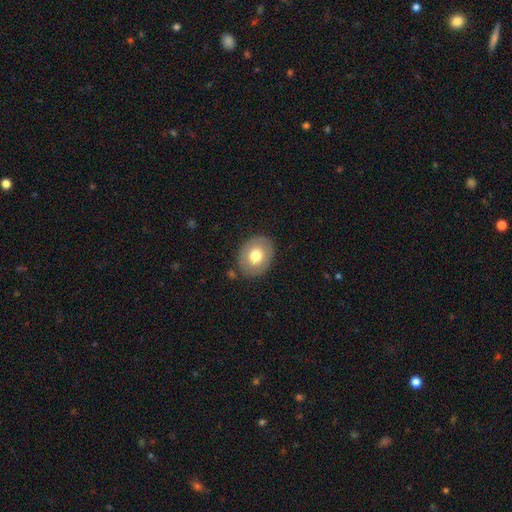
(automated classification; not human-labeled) smooth-or-featured: smooth: 65% | featured or disk: 28% | star or artifact: 7%
  how-rounded: in between: 52% | round: 47% | cigar-shaped: 1%
  merging: none: 82% | minor disturbance: 12% | major disturbance: 4% | merger: 2%